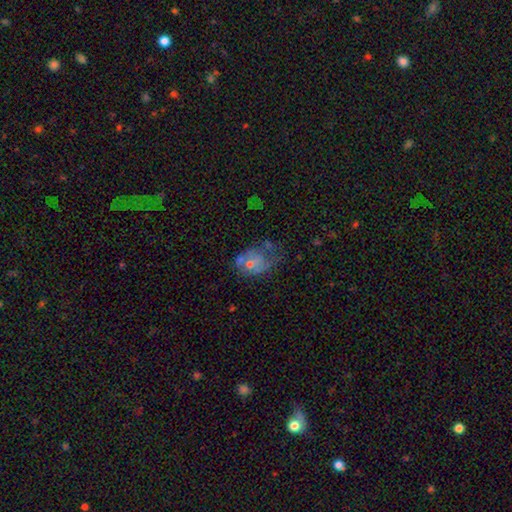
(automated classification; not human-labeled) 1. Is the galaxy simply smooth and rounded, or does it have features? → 44% featured or disk, 32% smooth, 24% star or artifact.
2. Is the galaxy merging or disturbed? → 44% none, 25% major disturbance, 22% minor disturbance, 9% merger.